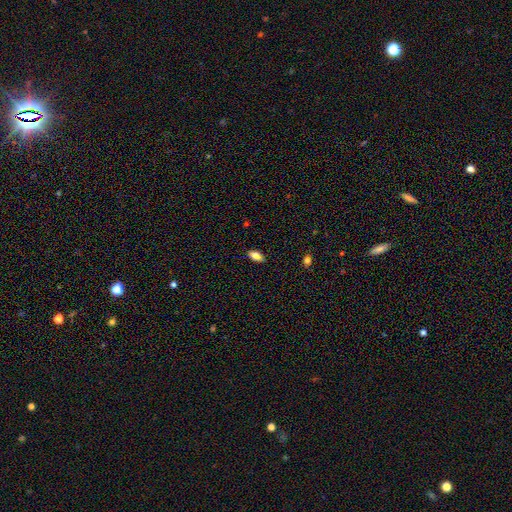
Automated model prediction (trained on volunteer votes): Smooth or featured: smooth — 75% (featured or disk — 16%)
How rounded: in between — 88% (cigar-shaped — 8%)
Merging: none — 88% (minor disturbance — 9%)